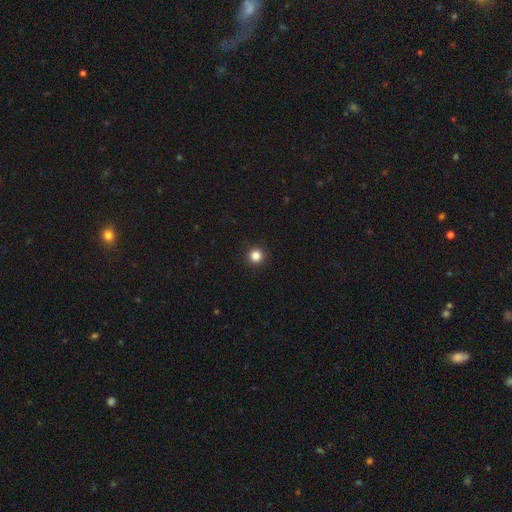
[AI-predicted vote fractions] This appears to be a smooth galaxy with no disk features (85%) that is round (96%). Merging: none (94%).